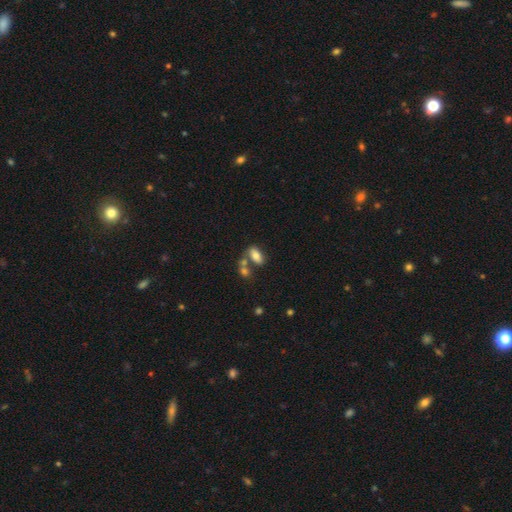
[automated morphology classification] Smooth or featured: smooth — 78% (featured or disk — 13%)
How rounded: in between — 90% (cigar-shaped — 6%)
Merging: none — 48% (merger — 35%)